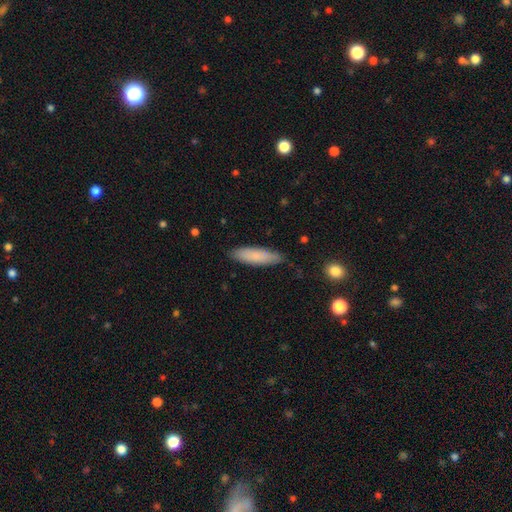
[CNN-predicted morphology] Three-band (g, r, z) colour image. It shows a smooth galaxy with no disk features (80%) that is cigar-shaped (64%). Merging: none (82%).